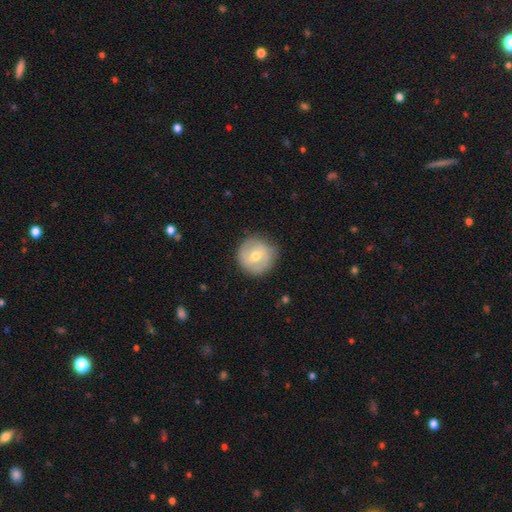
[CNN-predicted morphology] Overall: featured or disk (51%; smooth 43%). Edge-on disk: no (96%). Merging: none (85%).